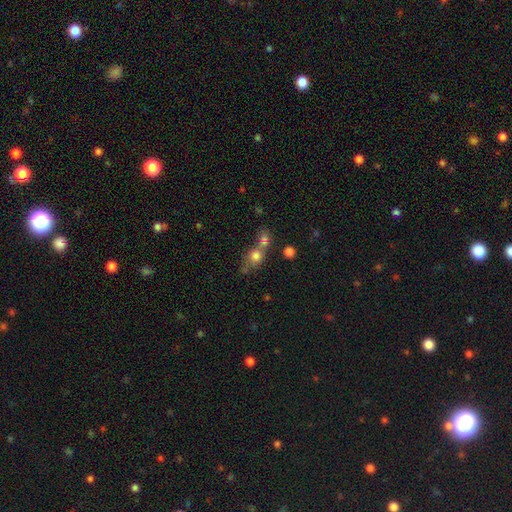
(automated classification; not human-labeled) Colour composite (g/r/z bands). It shows a smooth galaxy with no disk features (72%) that is round (75%). Merging: merger (50%).